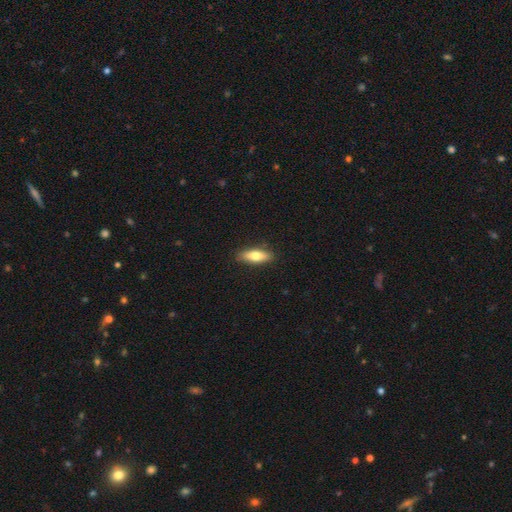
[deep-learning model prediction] Smooth or featured? smooth (75%)
How rounded? in between (59%)
Merging? none (88%)